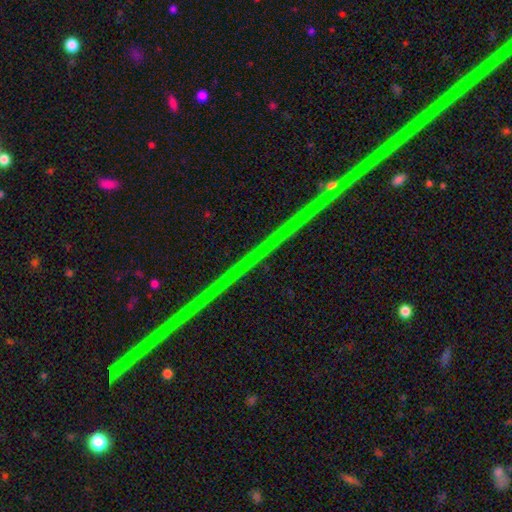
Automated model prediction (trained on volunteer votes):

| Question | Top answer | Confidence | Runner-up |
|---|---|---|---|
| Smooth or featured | star or artifact | 84% | featured or disk (11%) |